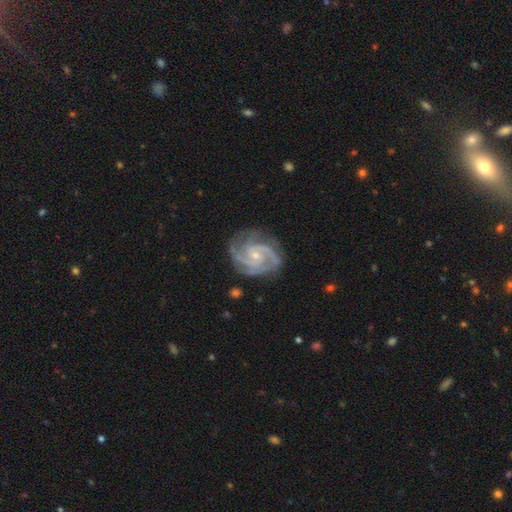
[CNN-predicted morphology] A featured or disk galaxy (92%) with no bar (66%), 3 (55%) tight (52%) spiral arms (98%) and a small central bulge (77%). Merging: none (77%).